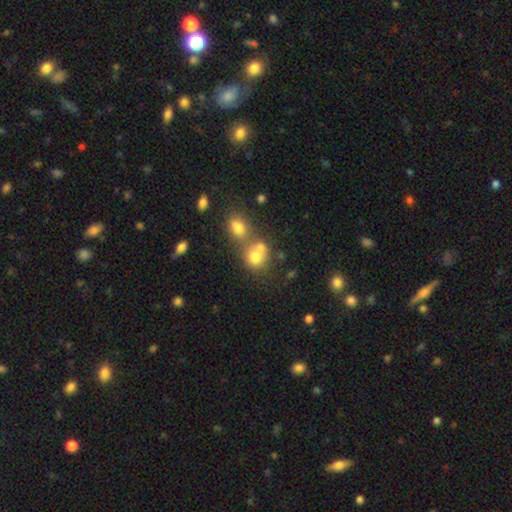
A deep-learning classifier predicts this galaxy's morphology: A smooth galaxy with no disk features (73%) that is round (73%). Merging: merger (53%).